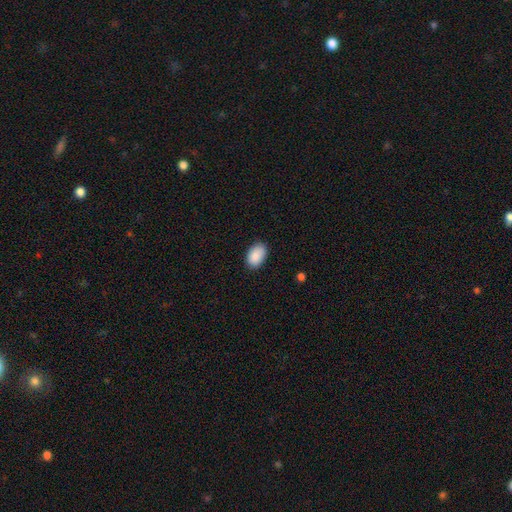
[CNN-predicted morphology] A smooth galaxy with no disk features (90%) that is in between round and cigar-shaped (92%). Merging: none (86%).